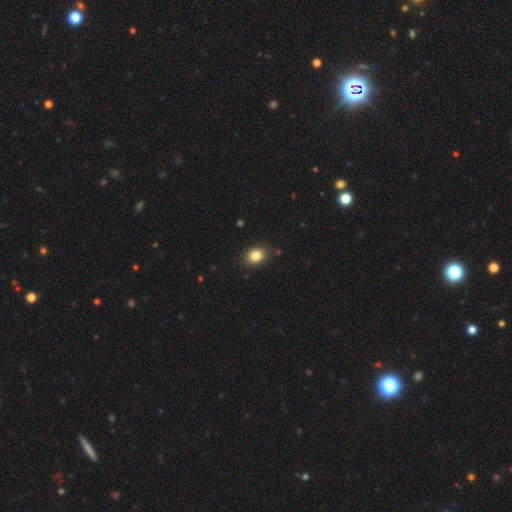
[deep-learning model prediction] smooth 84%, star or artifact 10%, featured or disk 6%. Down the decision tree: how rounded — in between (55%); merging — none (87%).